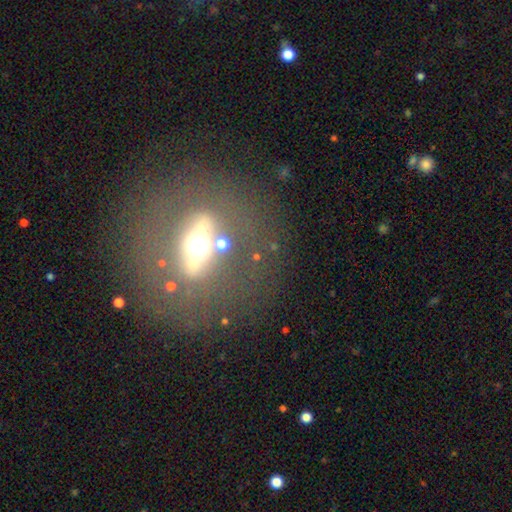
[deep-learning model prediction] smooth_or_featured: featured or disk (p=0.54) [alt: smooth p=0.28]
disk_edge_on: no (p=0.67) [alt: yes p=0.33]
merging: none (p=0.72) [alt: minor disturbance p=0.11]